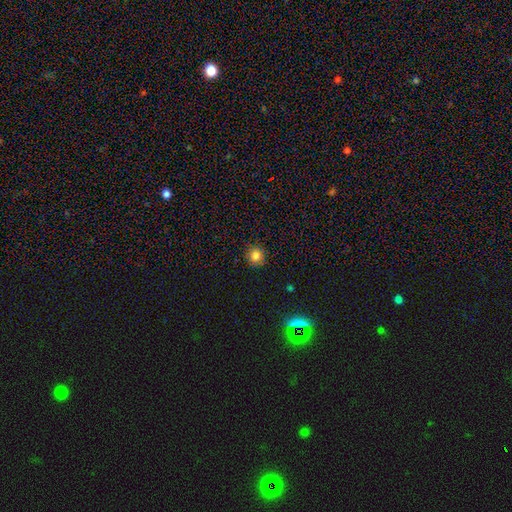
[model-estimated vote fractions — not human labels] smooth-or-featured: smooth: 82% | star or artifact: 13% | featured or disk: 5%
  how-rounded: round: 92% | in between: 7% | cigar-shaped: 1%
  merging: none: 90% | minor disturbance: 7% | major disturbance: 2% | merger: 1%